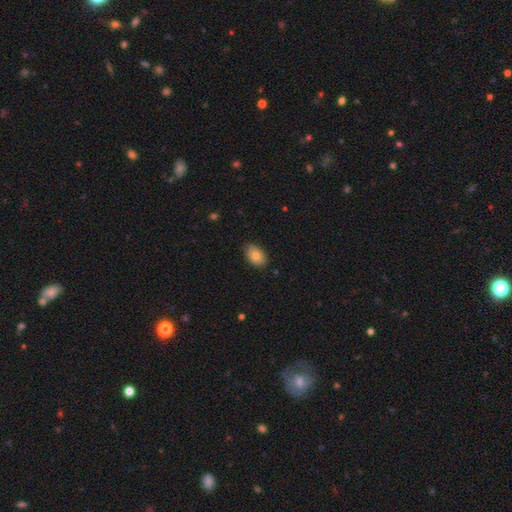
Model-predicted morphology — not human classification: Q: Smooth or featured?
A: smooth (79%); runner-up: featured or disk (14%)
Q: How rounded?
A: in between (85%); runner-up: round (14%)
Q: Merging?
A: none (78%); runner-up: minor disturbance (18%)